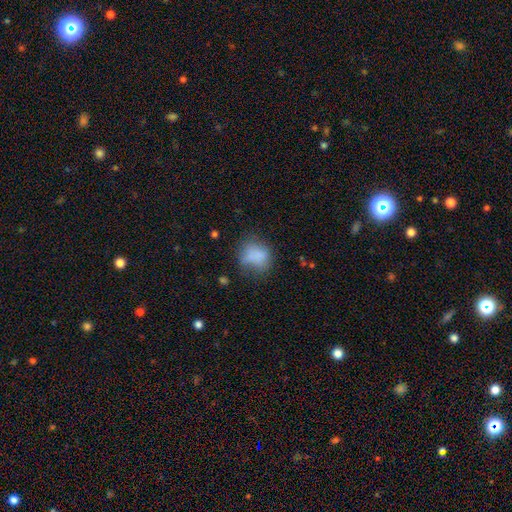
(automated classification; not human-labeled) smooth_or_featured: smooth (p=0.78) [alt: featured or disk p=0.11]
how_rounded: round (p=0.57) [alt: in between p=0.42]
merging: none (p=0.51) [alt: minor disturbance p=0.28]